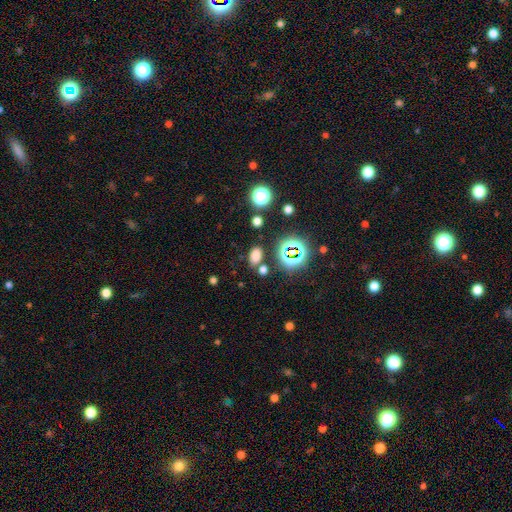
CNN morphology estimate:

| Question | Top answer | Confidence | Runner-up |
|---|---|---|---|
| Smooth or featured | smooth | 70% | star or artifact (24%) |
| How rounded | in between | 83% | round (15%) |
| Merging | none | 78% | minor disturbance (11%) |